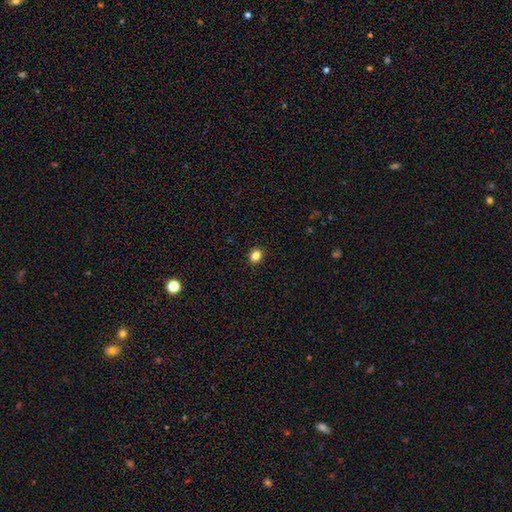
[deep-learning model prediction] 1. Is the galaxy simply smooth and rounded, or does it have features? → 83% smooth, 12% star or artifact, 5% featured or disk.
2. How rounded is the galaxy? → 78% round, 21% in between, 1% cigar-shaped.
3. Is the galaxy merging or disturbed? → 93% none, 5% minor disturbance, 1% major disturbance, 1% merger.